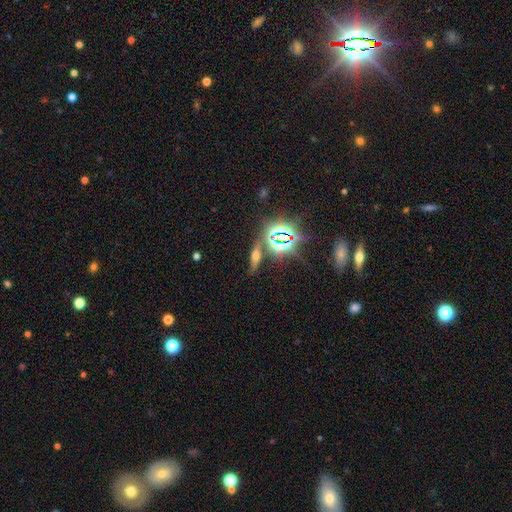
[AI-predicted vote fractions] A star or artifact, not a galaxy (38%).

Vote fractions:
- Smooth or featured? star or artifact: 38% / smooth: 36% / featured or disk: 26%